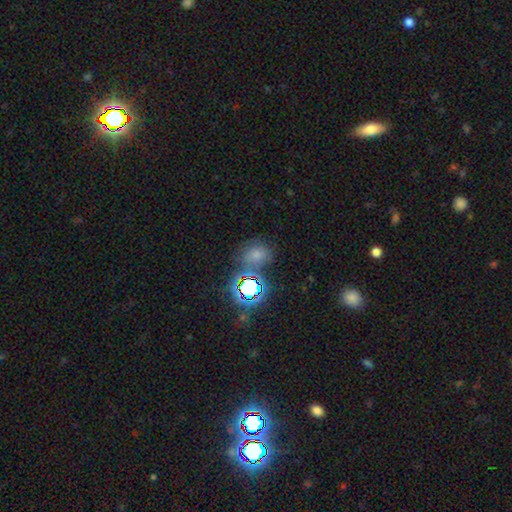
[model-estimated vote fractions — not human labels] Smooth or featured?
  - smooth: 55% *
  - star or artifact: 35%
  - featured or disk: 10%
How rounded?
  - round: 53% *
  - in between: 46%
  - cigar-shaped: 1%
Merging?
  - none: 62% *
  - minor disturbance: 18%
  - merger: 11%
  - major disturbance: 8%